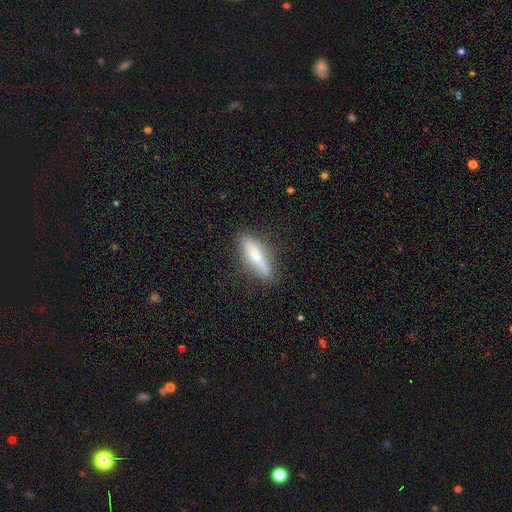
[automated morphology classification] Smooth or featured?
  - smooth: 59% *
  - featured or disk: 35%
  - star or artifact: 7%
How rounded?
  - cigar-shaped: 73% *
  - in between: 25%
  - round: 2%
Merging?
  - none: 84% *
  - minor disturbance: 12%
  - major disturbance: 3%
  - merger: 1%